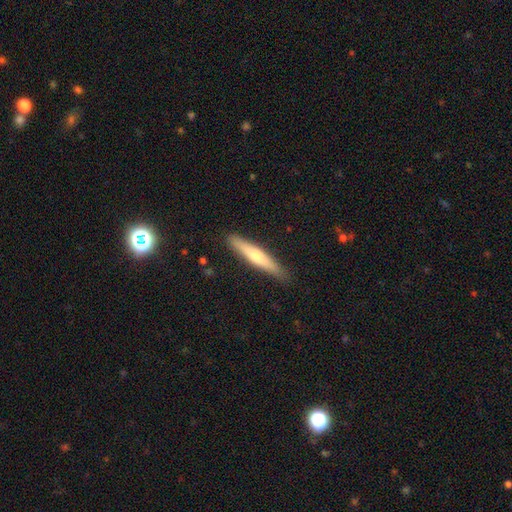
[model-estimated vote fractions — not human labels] Smooth or featured?
  - smooth: 53% *
  - featured or disk: 41%
  - star or artifact: 5%
How rounded?
  - cigar-shaped: 91% *
  - in between: 8%
  - round: 1%
Merging?
  - none: 88% *
  - minor disturbance: 9%
  - major disturbance: 2%
  - merger: 1%